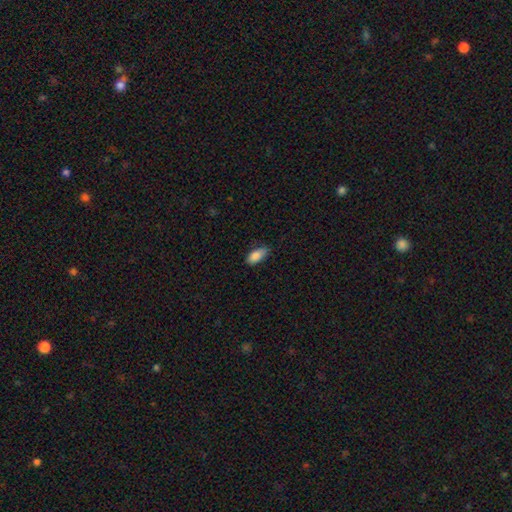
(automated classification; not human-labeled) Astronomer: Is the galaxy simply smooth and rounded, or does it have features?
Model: smooth — 87%.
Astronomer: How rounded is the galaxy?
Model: in between — 88%.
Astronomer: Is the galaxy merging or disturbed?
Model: none — 72%.